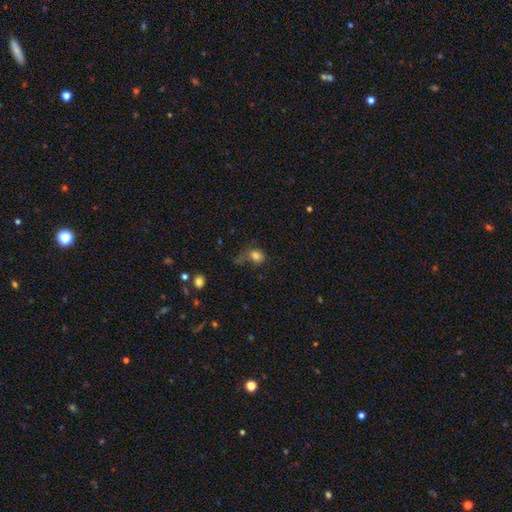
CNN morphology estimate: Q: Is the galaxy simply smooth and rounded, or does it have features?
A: smooth — 80%.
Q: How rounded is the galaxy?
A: round — 58%.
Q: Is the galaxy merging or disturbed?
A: none — 49%.